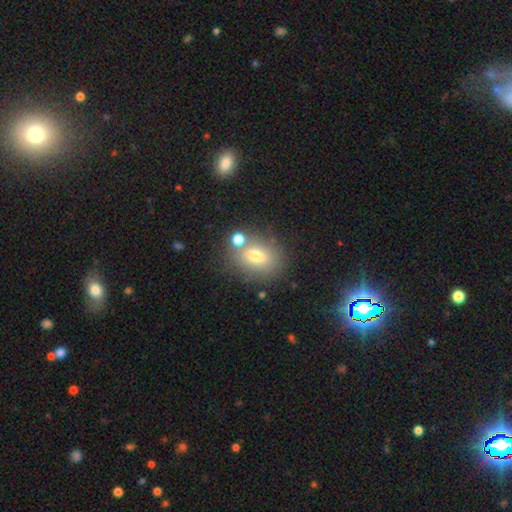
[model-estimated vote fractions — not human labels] Q: Smooth or featured?
A: smooth (70%); runner-up: featured or disk (17%)
Q: How rounded?
A: in between (66%); runner-up: round (31%)
Q: Merging?
A: none (68%); runner-up: merger (15%)